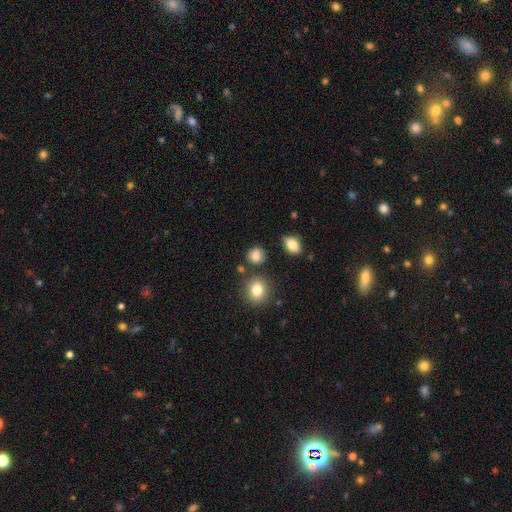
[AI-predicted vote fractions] smooth 83%, star or artifact 12%, featured or disk 5%. Down the decision tree: how rounded — round (78%); merging — none (78%).